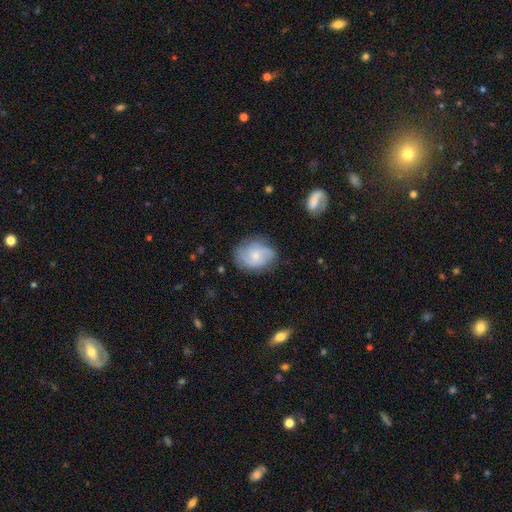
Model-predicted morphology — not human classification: Smooth or featured? featured or disk (61%)
Edge-on disk? no (97%)
Bar? no (72%)
Spiral arms? yes (90%)
Spiral winding? medium (45%)
Spiral arm count? 2 (39%)
Bulge size? small (63%)
Merging? none (75%)